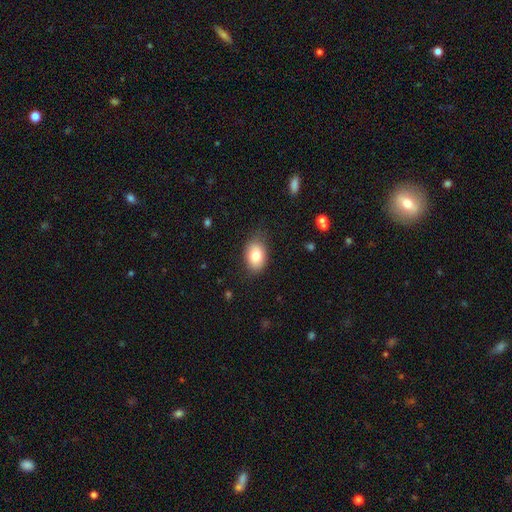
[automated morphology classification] Smooth or featured?
  - smooth: 81% *
  - featured or disk: 11%
  - star or artifact: 8%
How rounded?
  - in between: 83% *
  - round: 16%
  - cigar-shaped: 1%
Merging?
  - none: 79% *
  - minor disturbance: 16%
  - major disturbance: 4%
  - merger: 1%